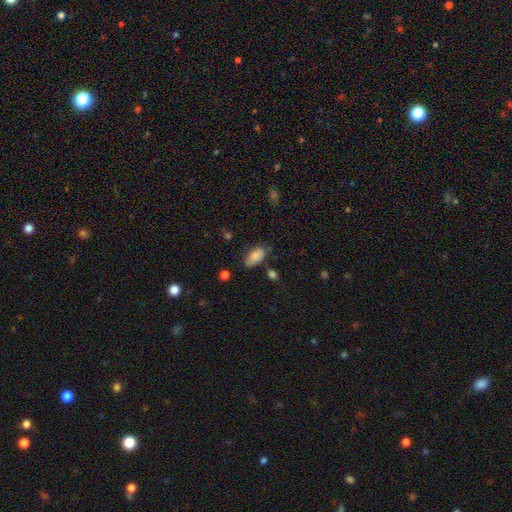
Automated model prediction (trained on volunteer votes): Smooth or featured? smooth (84%)
How rounded? in between (93%)
Merging? none (67%)